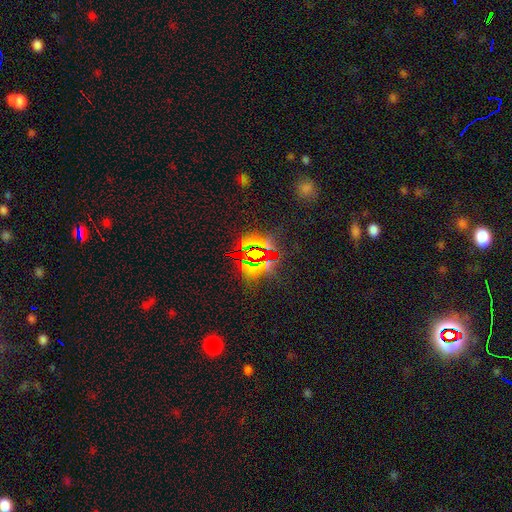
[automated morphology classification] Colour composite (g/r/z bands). It shows a star or artifact, not a galaxy (76%).